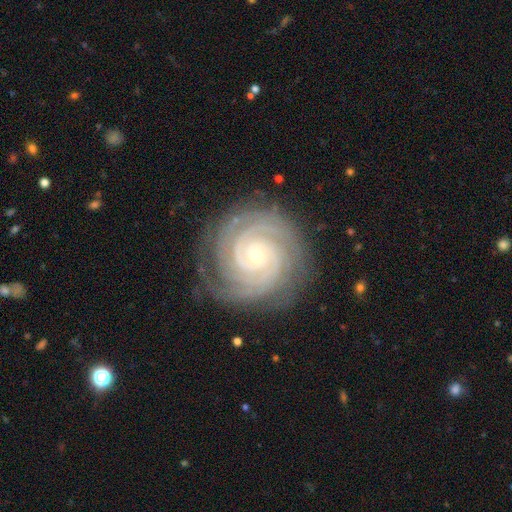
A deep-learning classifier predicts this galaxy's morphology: This appears to be a featured or disk galaxy (91%) with no bar (70%), 2 (32%) tight (86%) spiral arms (99%) and a small central bulge (77%). Merging: none (83%).